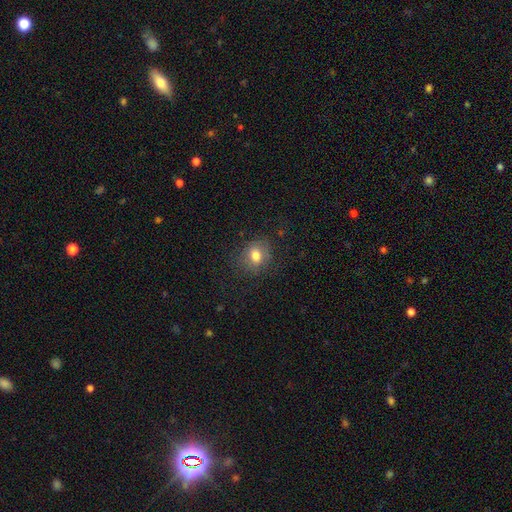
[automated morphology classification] Smooth or featured: smooth — 76% (featured or disk — 12%)
How rounded: round — 62% (in between — 37%)
Merging: none — 76% (minor disturbance — 16%)